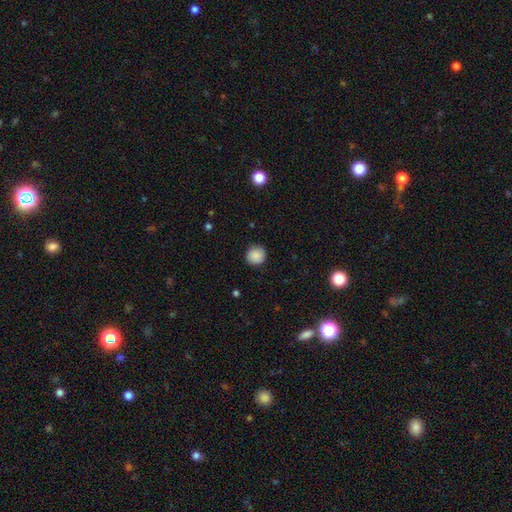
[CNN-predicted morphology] This appears to be a smooth galaxy with no disk features (88%) that is round (90%). Merging: none (89%).